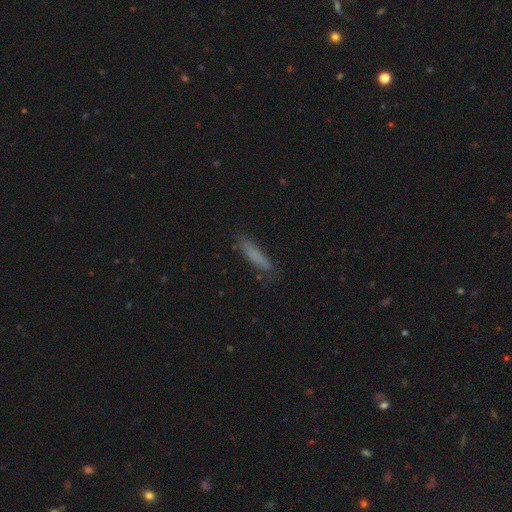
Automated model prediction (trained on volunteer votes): smooth 78%, featured or disk 13%, star or artifact 8%. Down the decision tree: how rounded — cigar-shaped (86%); merging — none (78%).